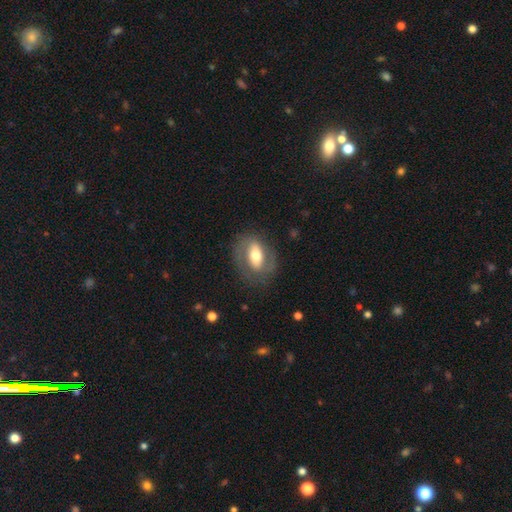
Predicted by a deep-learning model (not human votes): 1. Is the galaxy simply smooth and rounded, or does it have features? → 55% featured or disk, 39% smooth, 6% star or artifact.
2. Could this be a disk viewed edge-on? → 90% no, 10% yes.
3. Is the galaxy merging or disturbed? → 75% none, 15% minor disturbance, 9% major disturbance, 1% merger.